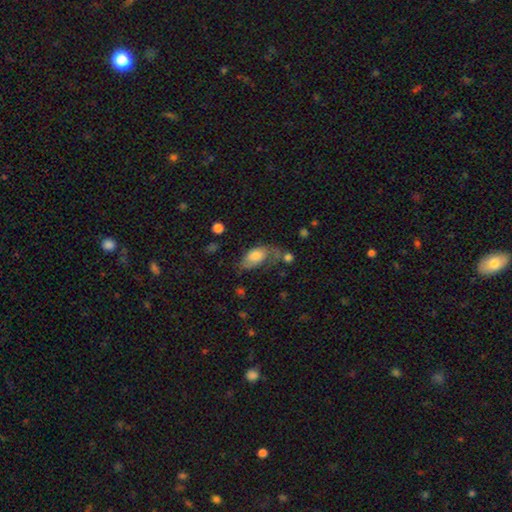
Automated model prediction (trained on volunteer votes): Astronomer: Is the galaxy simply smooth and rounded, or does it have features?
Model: smooth — 68%.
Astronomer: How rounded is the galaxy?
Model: in between — 91%.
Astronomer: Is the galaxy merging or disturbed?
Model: none — 32% (runner-up: minor disturbance, 29%).